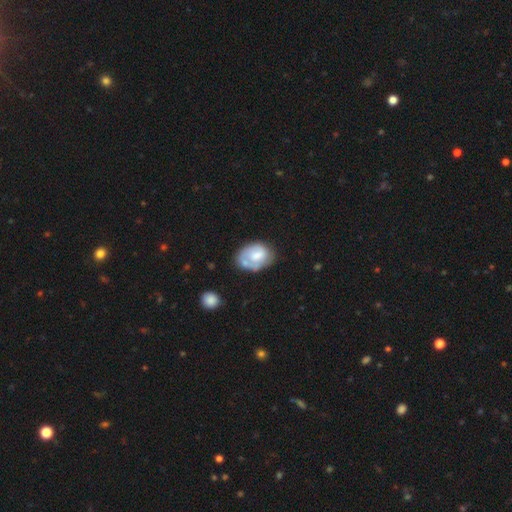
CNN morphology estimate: The model was most divided on "merging": none: 44%, minor disturbance: 29%, merger: 14%, major disturbance: 13%. More confident: how rounded — in between (73%); smooth or featured — smooth (59%).